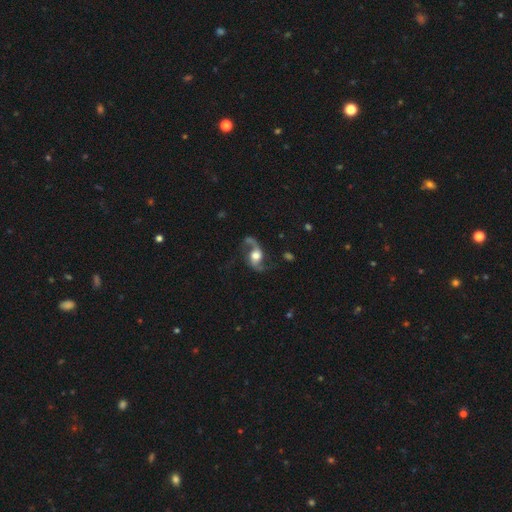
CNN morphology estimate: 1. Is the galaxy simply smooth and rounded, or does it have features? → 81% featured or disk, 12% smooth, 7% star or artifact.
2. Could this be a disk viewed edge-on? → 95% no, 5% yes.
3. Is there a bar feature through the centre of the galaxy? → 55% no, 31% weak, 13% strong.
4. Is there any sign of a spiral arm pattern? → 94% yes, 6% no.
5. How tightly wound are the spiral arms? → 74% loose, 22% medium, 4% tight.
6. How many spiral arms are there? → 91% 2, 4% 1, 2% can't tell, 1% 3, 1% 4, 1% more than 4.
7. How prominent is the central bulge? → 46% moderate, 38% large, 8% small, 5% dominant, 2% none.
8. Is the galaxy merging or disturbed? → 64% none, 16% major disturbance, 16% minor disturbance, 4% merger.